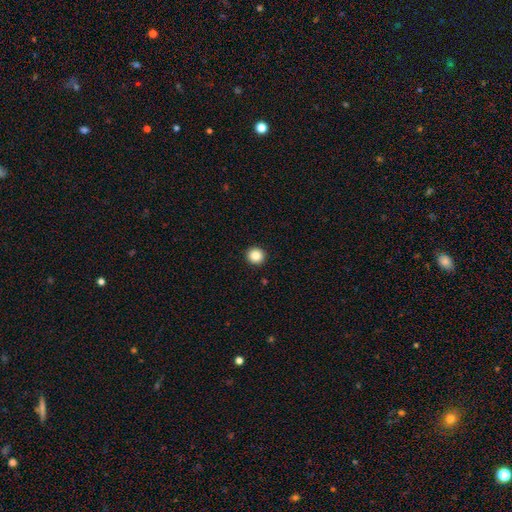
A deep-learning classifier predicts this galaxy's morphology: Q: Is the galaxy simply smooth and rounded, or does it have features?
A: smooth — 87%.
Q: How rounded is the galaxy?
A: round — 94%.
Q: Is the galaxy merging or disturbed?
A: none — 94%.